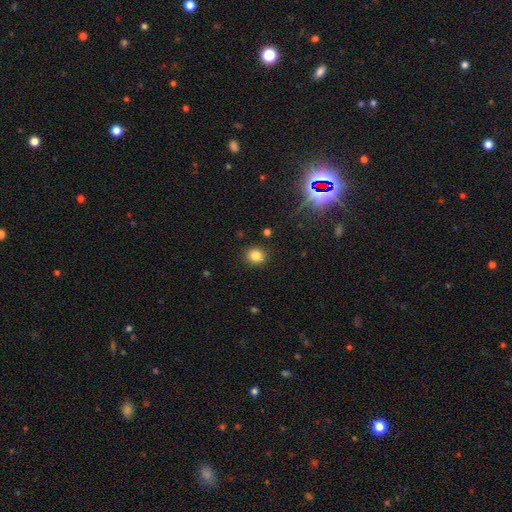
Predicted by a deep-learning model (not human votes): This appears to be a smooth galaxy with no disk features (82%) that is round (78%). Merging: none (89%).